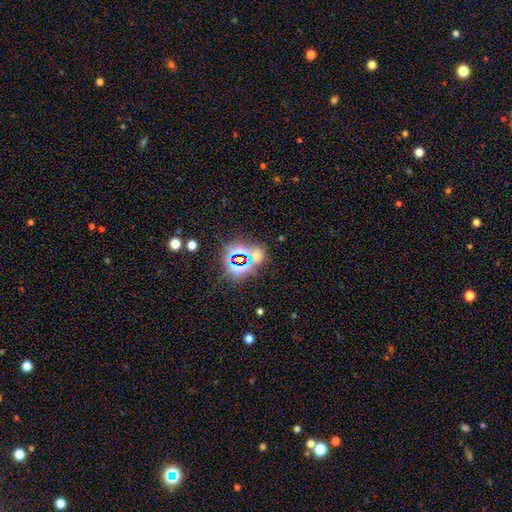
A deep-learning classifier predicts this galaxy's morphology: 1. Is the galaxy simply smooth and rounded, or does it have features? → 61% star or artifact, 30% smooth, 9% featured or disk.